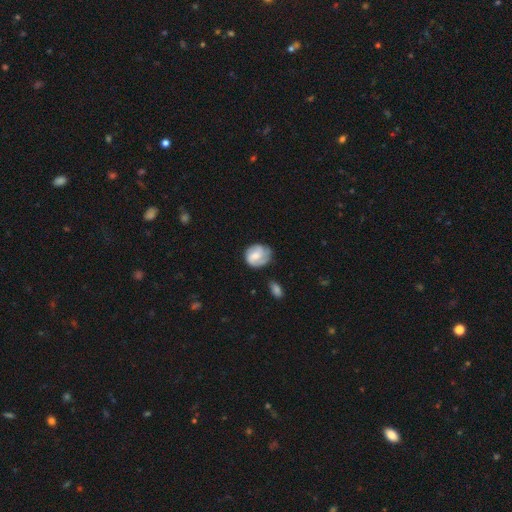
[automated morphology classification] This appears to be a featured or disk galaxy (48%). Merging: none (62%).